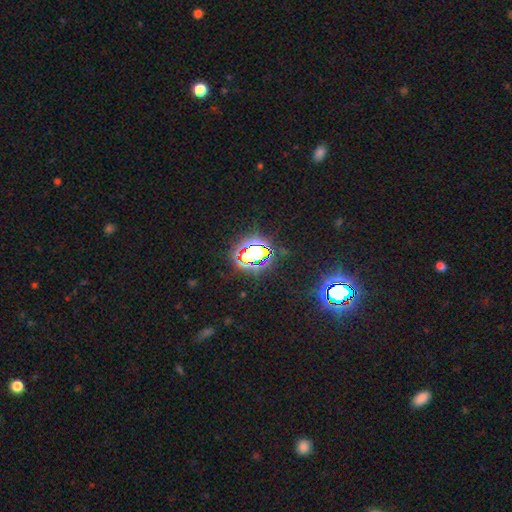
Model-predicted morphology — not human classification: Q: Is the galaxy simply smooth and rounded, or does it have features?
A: star or artifact — 79%.